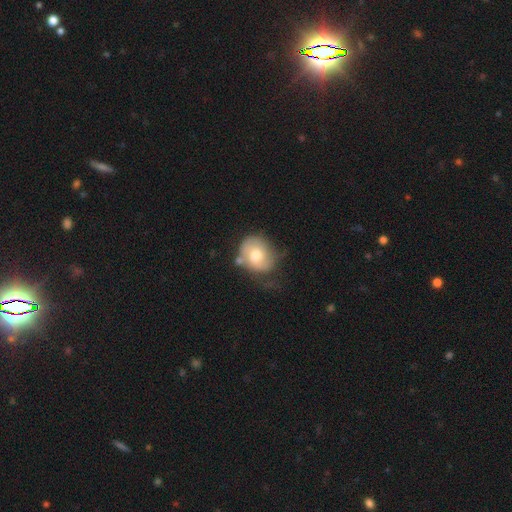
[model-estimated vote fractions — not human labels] The model was most divided on "merging": none: 44%, minor disturbance: 32%, major disturbance: 16%, merger: 8%. More confident: how rounded — round (62%); smooth or featured — smooth (57%).